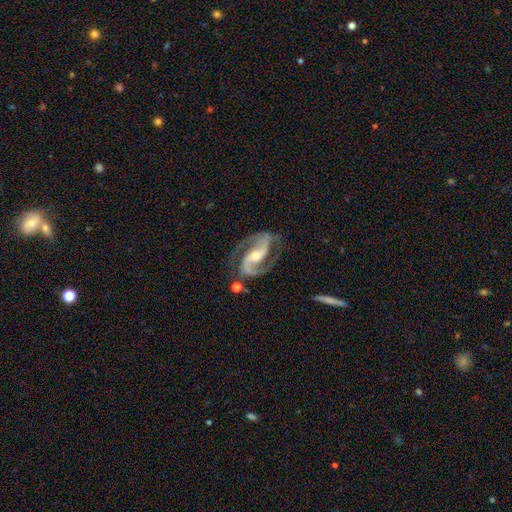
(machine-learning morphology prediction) This is clearly a featured or disk galaxy (93%). It is clearly not viewed edge-on (97%). Bar: marginally weak (37%). Spiral arm pattern: clearly yes (98%). Spiral arm count: clearly 2 (94%). Spiral winding: likely medium (63%). Central bulge: possibly moderate (59%). Merging: likely none (75%).